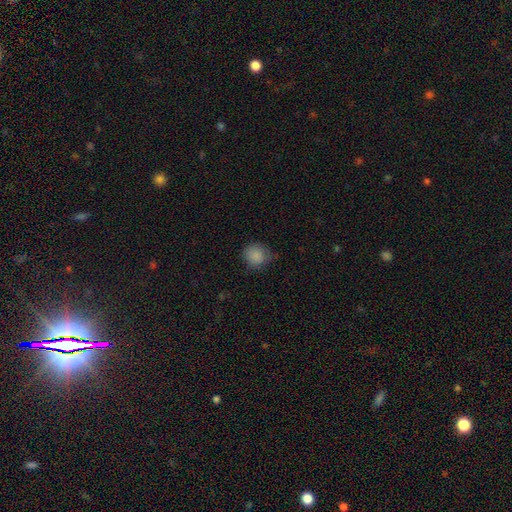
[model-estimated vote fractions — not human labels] This is clearly a smooth galaxy (86%). How rounded: clearly round (84%). Merging: likely none (70%).